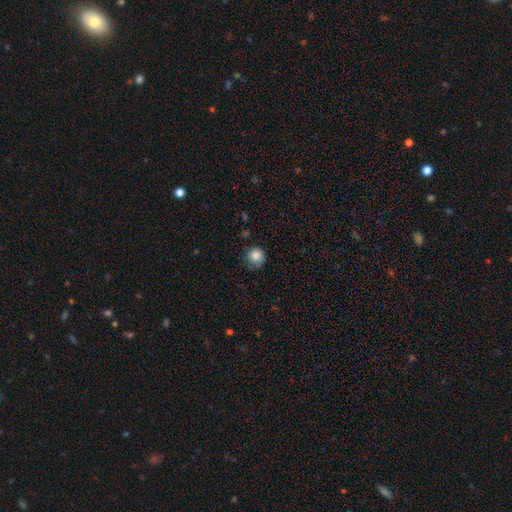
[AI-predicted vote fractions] A smooth galaxy with no disk features (84%) that is round (92%). Merging: none (72%).